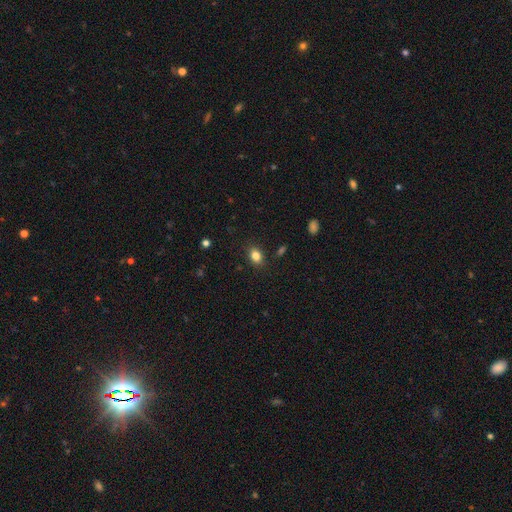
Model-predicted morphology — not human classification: smooth_or_featured: smooth (p=0.83) [alt: star or artifact p=0.10]
how_rounded: in between (p=0.72) [alt: round p=0.27]
merging: none (p=0.86) [alt: minor disturbance p=0.10]